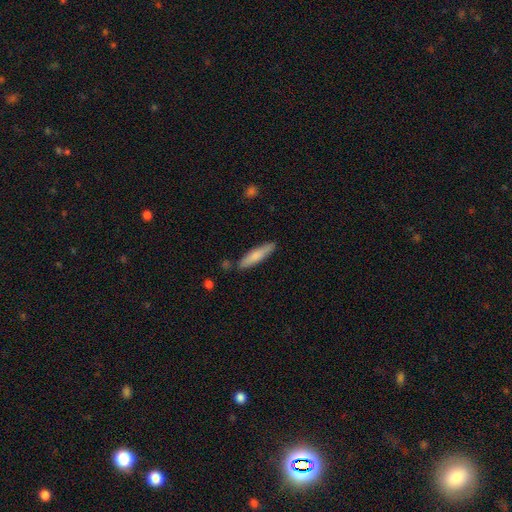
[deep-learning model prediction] Q: Smooth or featured?
A: smooth (75%); runner-up: featured or disk (20%)
Q: How rounded?
A: cigar-shaped (84%); runner-up: in between (14%)
Q: Merging?
A: none (84%); runner-up: minor disturbance (11%)